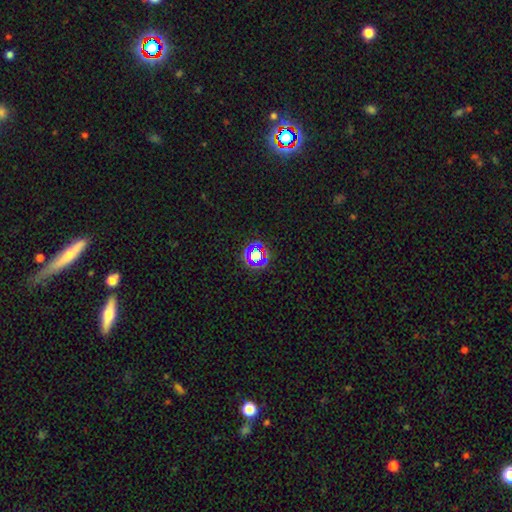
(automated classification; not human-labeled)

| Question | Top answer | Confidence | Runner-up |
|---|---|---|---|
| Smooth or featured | star or artifact | 64% | smooth (25%) |